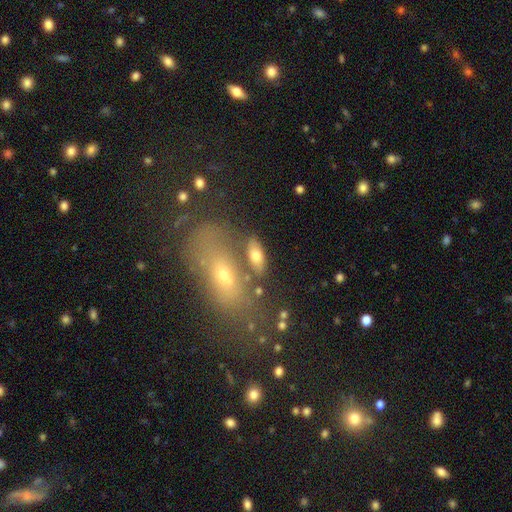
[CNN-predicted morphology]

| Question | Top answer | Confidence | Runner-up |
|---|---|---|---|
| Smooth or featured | smooth | 70% | featured or disk (20%) |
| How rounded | in between | 79% | cigar-shaped (15%) |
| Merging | none | 66% | merger (14%) |